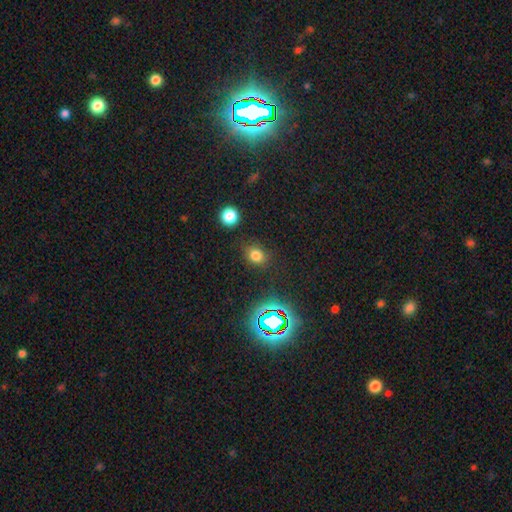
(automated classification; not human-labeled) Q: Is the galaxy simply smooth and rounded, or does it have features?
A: smooth — 73%.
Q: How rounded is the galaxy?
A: round — 57%.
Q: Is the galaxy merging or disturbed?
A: none — 82%.